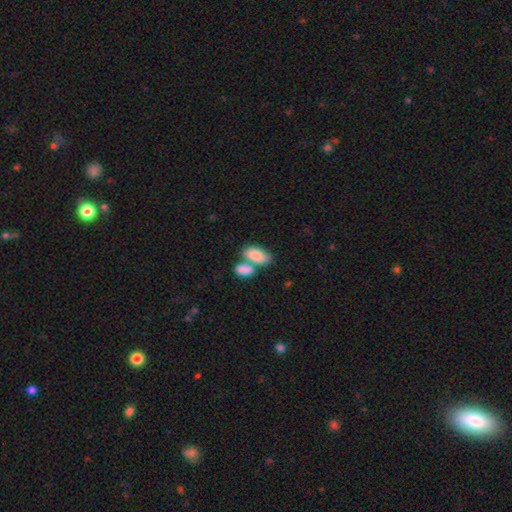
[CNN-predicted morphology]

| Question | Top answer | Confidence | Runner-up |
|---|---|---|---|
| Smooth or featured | smooth | 85% | featured or disk (9%) |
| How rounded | in between | 93% | cigar-shaped (3%) |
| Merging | merger | 55% | none (32%) |